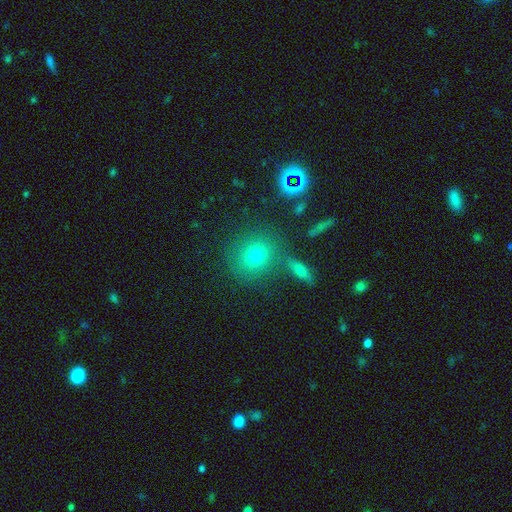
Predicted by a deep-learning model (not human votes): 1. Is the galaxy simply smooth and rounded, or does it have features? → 66% smooth, 21% star or artifact, 13% featured or disk.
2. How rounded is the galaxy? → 79% round, 19% in between, 2% cigar-shaped.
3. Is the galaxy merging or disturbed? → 74% none, 11% merger, 10% minor disturbance, 4% major disturbance.